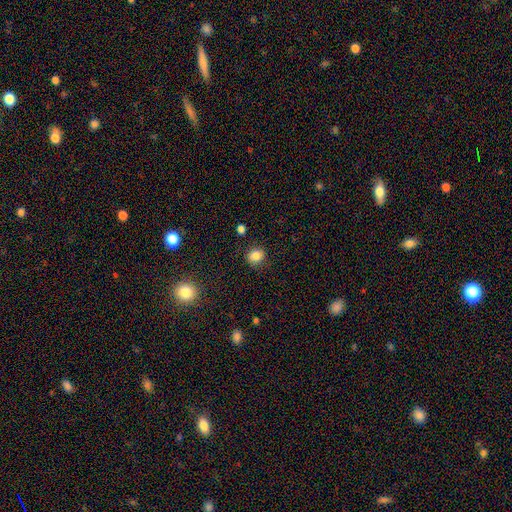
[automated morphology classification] Overall: smooth (84%). How rounded: round (76%). Merging: none (85%).